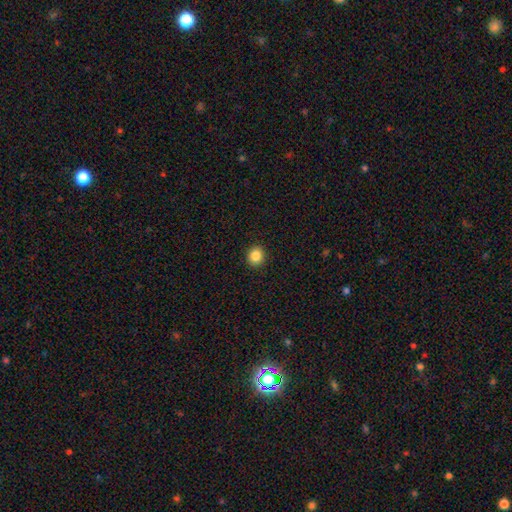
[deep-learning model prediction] smooth_or_featured: smooth (p=0.85) [alt: star or artifact p=0.10]
how_rounded: round (p=0.84) [alt: in between p=0.15]
merging: none (p=0.92) [alt: minor disturbance p=0.05]